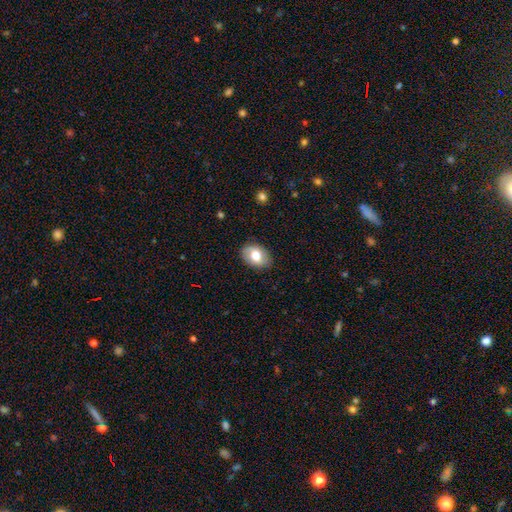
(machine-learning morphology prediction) type=smooth (69%); roundness=in between (77%); merging=none (85%).